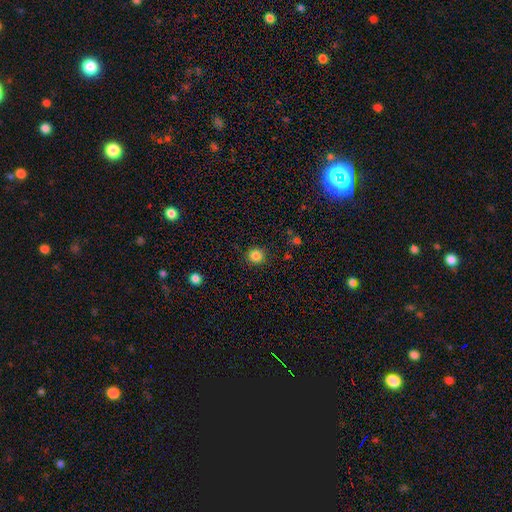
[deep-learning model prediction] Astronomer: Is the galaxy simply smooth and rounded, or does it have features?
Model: smooth — 85%.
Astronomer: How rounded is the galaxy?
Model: round — 92%.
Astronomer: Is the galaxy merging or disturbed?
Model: none — 90%.